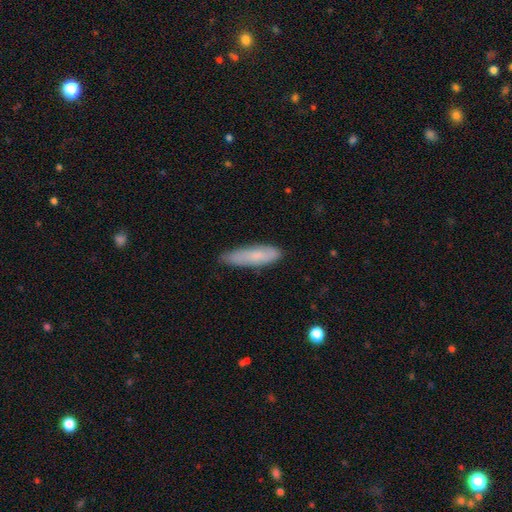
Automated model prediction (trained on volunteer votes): This is likely a smooth galaxy (76%). How rounded: likely cigar-shaped (65%). Merging: likely none (74%).